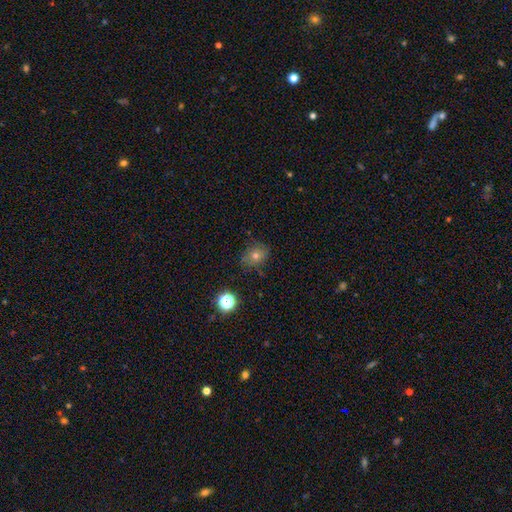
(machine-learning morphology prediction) This is likely a smooth galaxy (61%). How rounded: likely round (62%). Merging: likely none (78%).